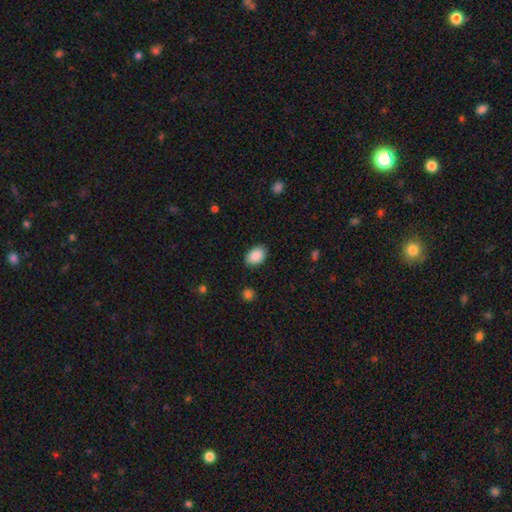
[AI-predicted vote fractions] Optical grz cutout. It shows a smooth galaxy with no disk features (89%) that is in between round and cigar-shaped (86%). Merging: none (84%).